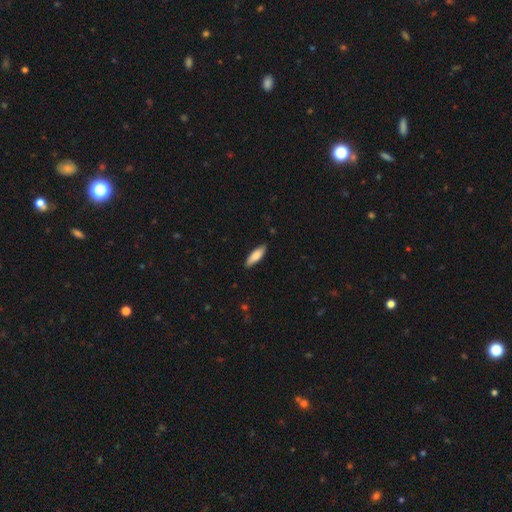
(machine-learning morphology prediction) smooth_or_featured: smooth (p=0.82) [alt: featured or disk p=0.12]
how_rounded: in between (p=0.53) [alt: cigar-shaped p=0.45]
merging: none (p=0.85) [alt: minor disturbance p=0.11]